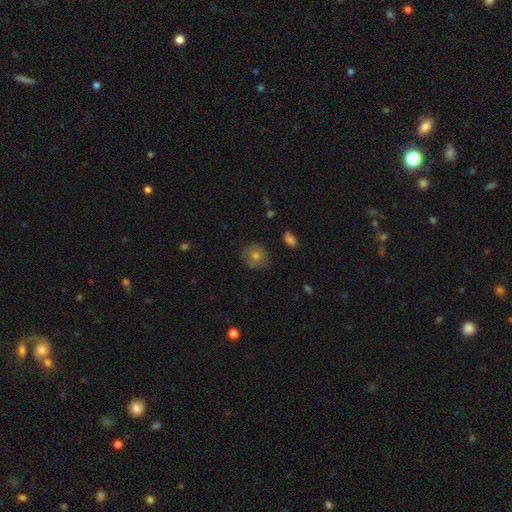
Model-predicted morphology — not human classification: This appears to be a smooth galaxy with no disk features (67%) that is round (88%). Merging: none (84%).